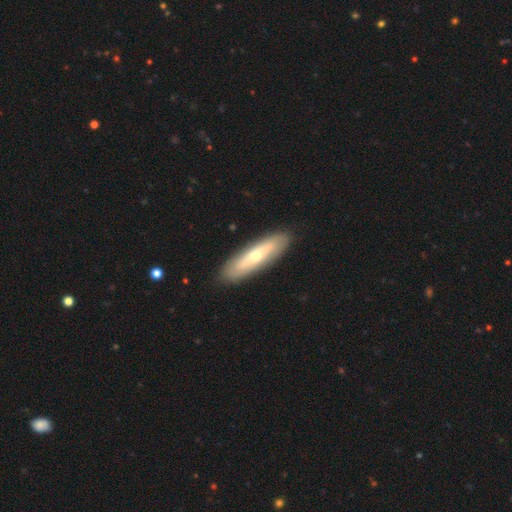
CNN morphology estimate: This appears to be a featured or disk galaxy (49%). Merging: none (89%).